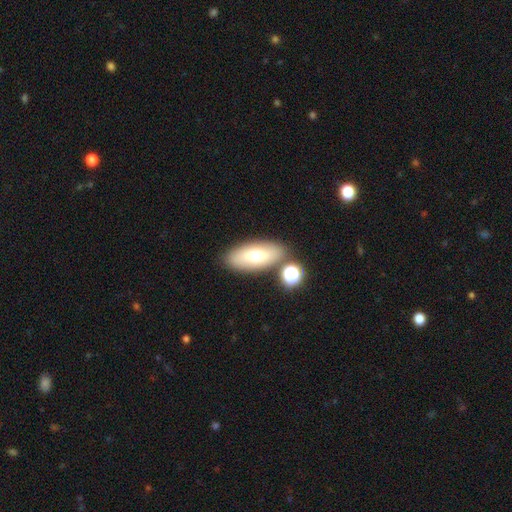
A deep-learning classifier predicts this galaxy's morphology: type=smooth (68%); roundness=in between (85%); merging=none (77%).